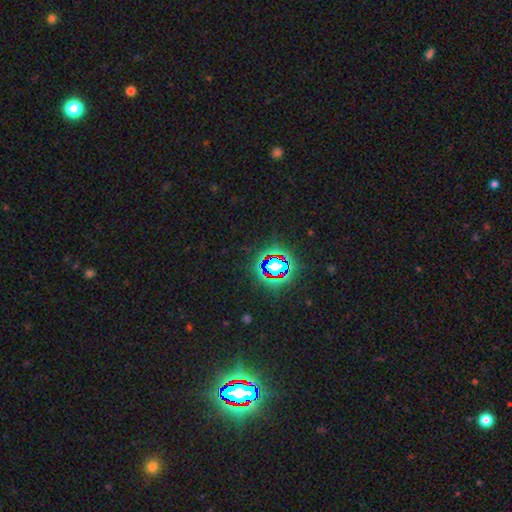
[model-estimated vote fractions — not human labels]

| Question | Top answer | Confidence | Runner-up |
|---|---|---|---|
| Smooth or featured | star or artifact | 81% | smooth (12%) |